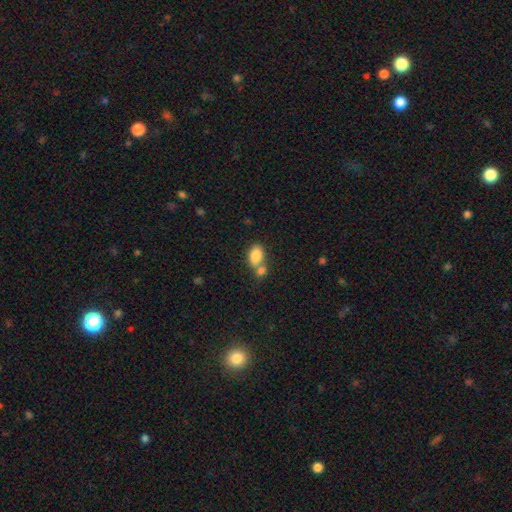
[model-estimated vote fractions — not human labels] smooth_or_featured: smooth (p=0.84) [alt: featured or disk p=0.08]
how_rounded: in between (p=0.86) [alt: round p=0.13]
merging: none (p=0.43) [alt: merger p=0.42]